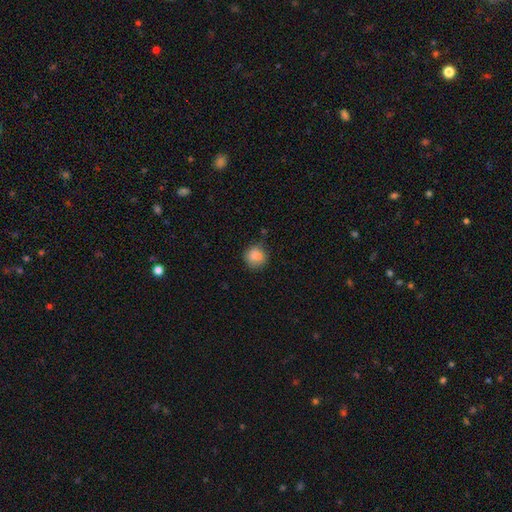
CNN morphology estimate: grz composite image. It shows a smooth galaxy with no disk features (85%) that is round (84%). Merging: none (74%).